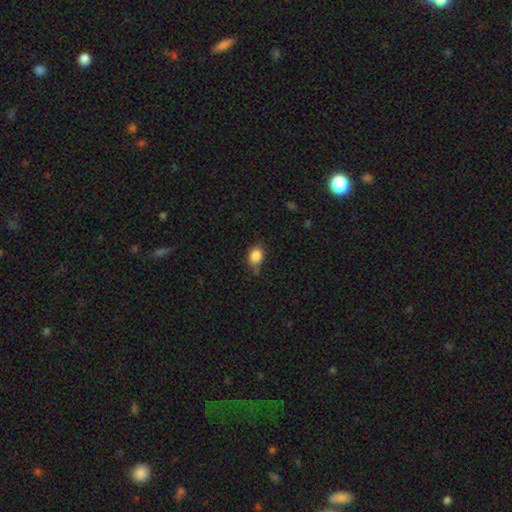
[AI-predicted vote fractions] Smooth or featured?
  - smooth: 85% *
  - star or artifact: 10%
  - featured or disk: 5%
How rounded?
  - in between: 55% *
  - round: 44%
  - cigar-shaped: 1%
Merging?
  - none: 61% *
  - minor disturbance: 29%
  - major disturbance: 6%
  - merger: 4%